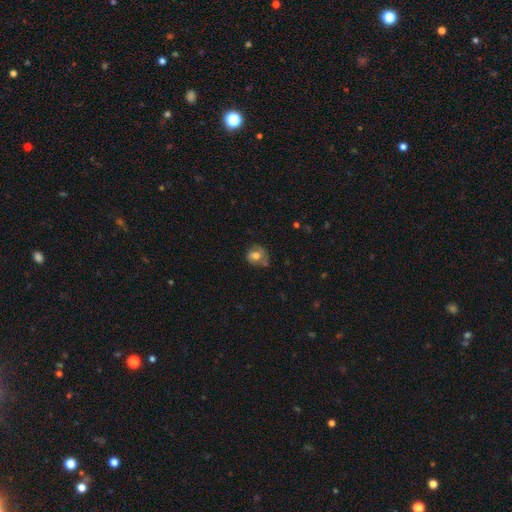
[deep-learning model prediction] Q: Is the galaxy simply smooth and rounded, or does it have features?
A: smooth — 64%.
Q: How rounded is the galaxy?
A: round — 69%.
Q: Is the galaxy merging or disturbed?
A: none — 54%.